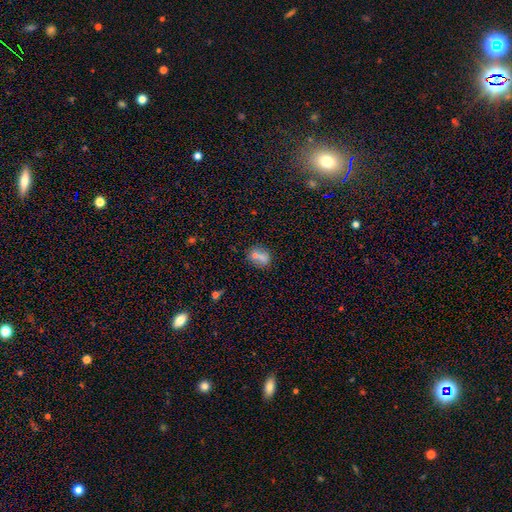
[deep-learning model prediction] smooth_or_featured: smooth (p=0.60) [alt: star or artifact p=0.23]
how_rounded: round (p=0.57) [alt: in between p=0.39]
merging: none (p=0.65) [alt: merger p=0.18]